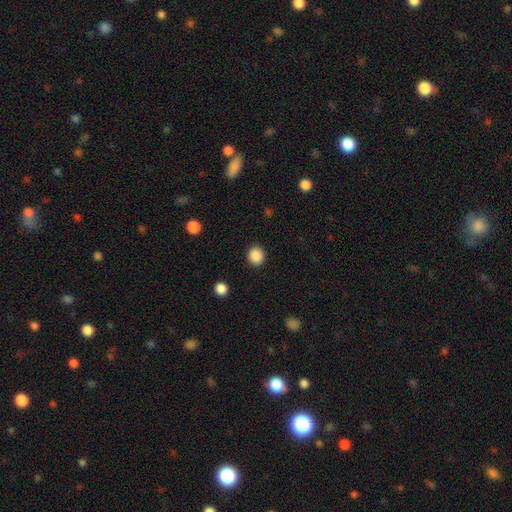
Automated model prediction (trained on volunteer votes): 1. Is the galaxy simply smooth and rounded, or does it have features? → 88% smooth, 9% star or artifact, 3% featured or disk.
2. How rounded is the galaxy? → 87% round, 12% in between, 1% cigar-shaped.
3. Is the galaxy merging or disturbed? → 91% none, 6% minor disturbance, 2% major disturbance, 1% merger.